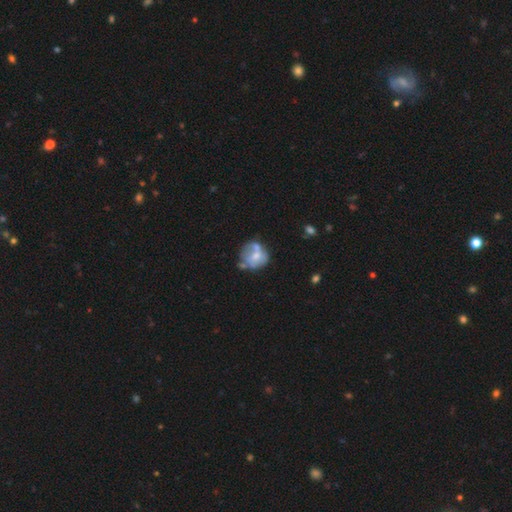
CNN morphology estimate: Smooth or featured? Predicted: smooth (p=0.50). Merging? Predicted: none (p=0.39).